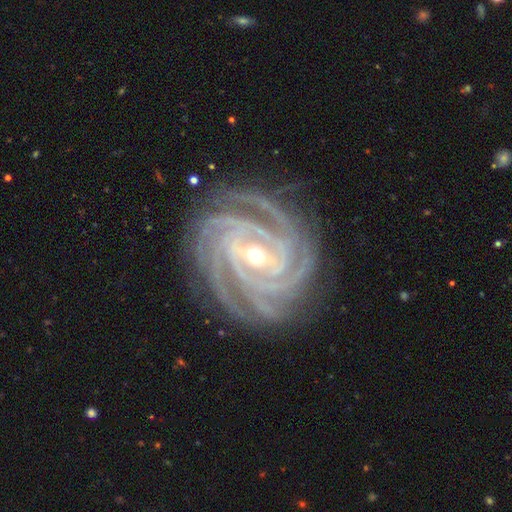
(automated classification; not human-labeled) featured or disk 93%, star or artifact 4%, smooth 3%. Down the decision tree: edge-on disk — no (98%); bar — strong (42%); spiral arms — yes (99%); spiral arm count — 4 (36%); spiral winding — tight (85%); bulge size — moderate (53%); merging — none (84%).